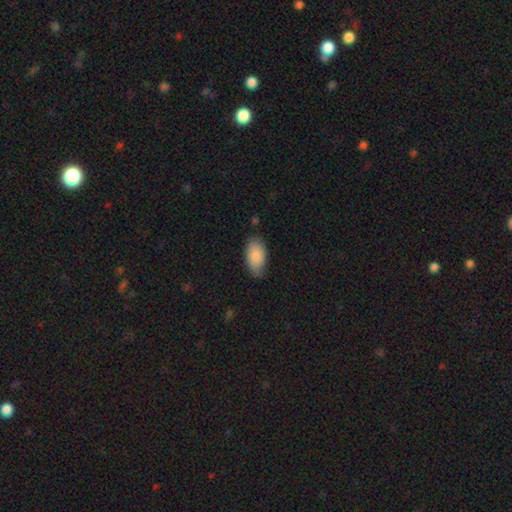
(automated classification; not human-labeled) A smooth galaxy with no disk features (87%) that is in between round and cigar-shaped (94%).

Vote fractions:
- Smooth or featured? smooth: 87% / featured or disk: 7% / star or artifact: 6%
- How rounded? in between: 94% / round: 4% / cigar-shaped: 2%
- Merging? none: 73% / minor disturbance: 22% / major disturbance: 4% / merger: 1%